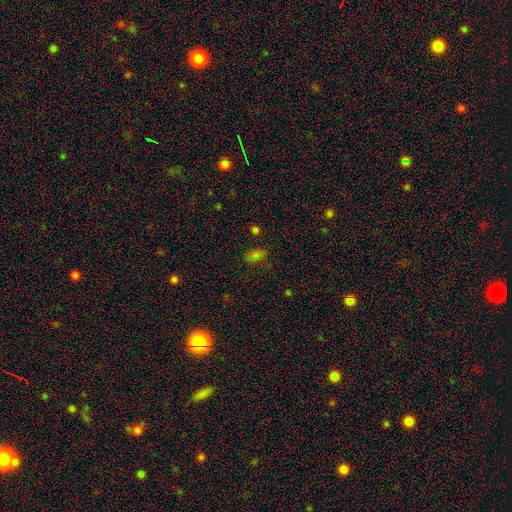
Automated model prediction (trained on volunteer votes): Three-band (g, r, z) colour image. It shows a smooth galaxy with no disk features (64%) that is in between round and cigar-shaped (79%). Merging: none (73%).